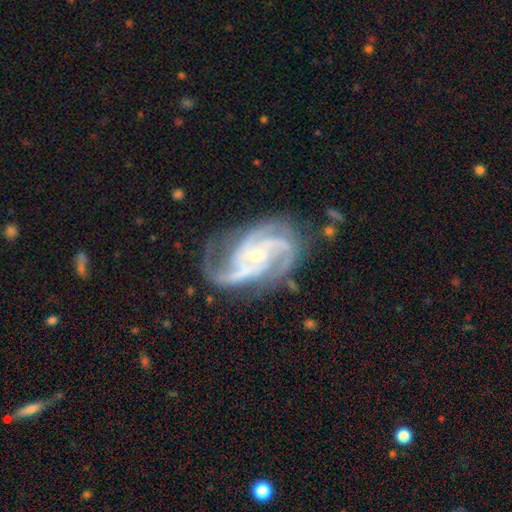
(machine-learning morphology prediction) This appears to be a featured or disk galaxy (93%) with no bar (56%), 3 (55%) medium (51%) spiral arms (99%) and a small central bulge (74%). Merging: none (67%).